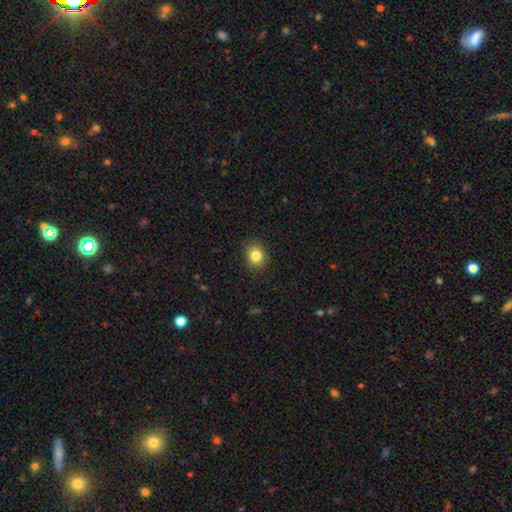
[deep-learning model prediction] smooth-or-featured: smooth: 84% | star or artifact: 10% | featured or disk: 6%
  how-rounded: round: 62% | in between: 37% | cigar-shaped: 1%
  merging: none: 88% | minor disturbance: 9% | major disturbance: 2% | merger: 1%